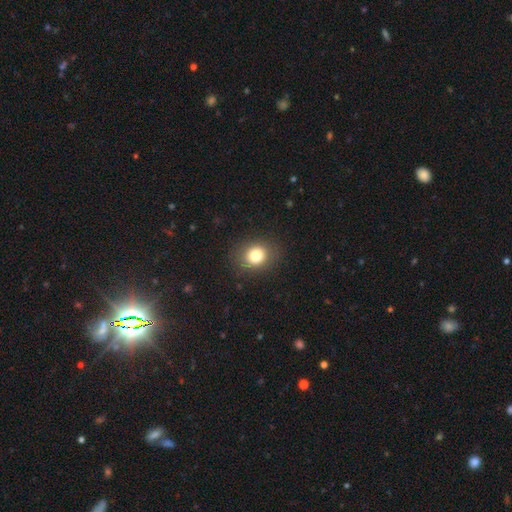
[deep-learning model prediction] Morphology: type=smooth (79%); roundness=round (62%); merging=none (85%).